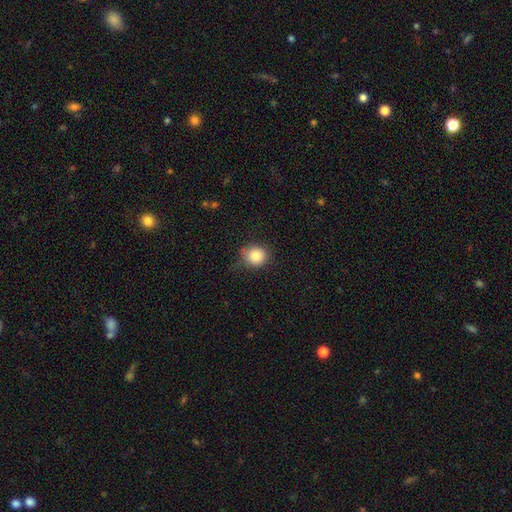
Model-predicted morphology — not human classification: Overall: smooth (84%). How rounded: round (84%). Merging: none (73%).